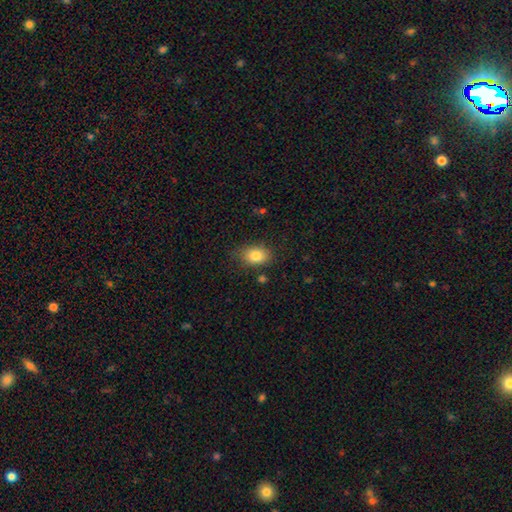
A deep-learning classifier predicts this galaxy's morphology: smooth_or_featured: smooth (p=0.83) [alt: star or artifact p=0.09]
how_rounded: in between (p=0.76) [alt: round p=0.22]
merging: none (p=0.78) [alt: minor disturbance p=0.16]